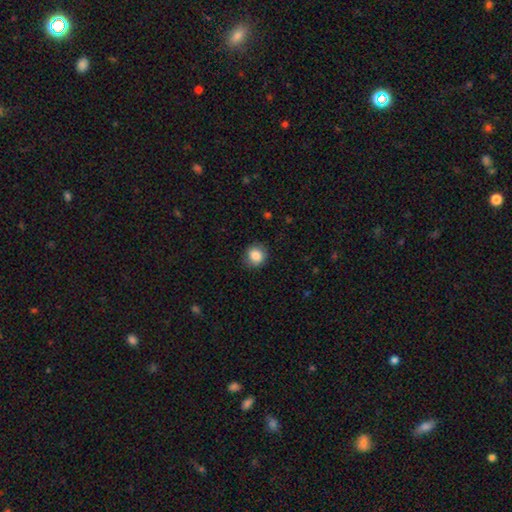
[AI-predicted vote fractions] Smooth or featured: smooth — 86% (star or artifact — 9%)
How rounded: round — 83% (in between — 16%)
Merging: none — 84% (minor disturbance — 12%)